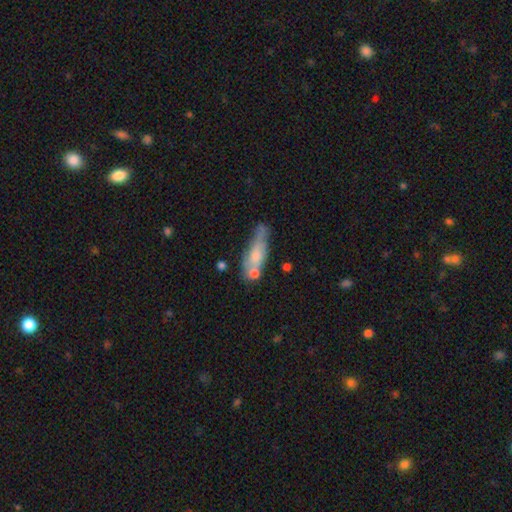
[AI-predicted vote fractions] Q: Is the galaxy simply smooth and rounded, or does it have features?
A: smooth — 60%.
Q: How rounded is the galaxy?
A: in between — 51%.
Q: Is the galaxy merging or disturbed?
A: none — 38%.